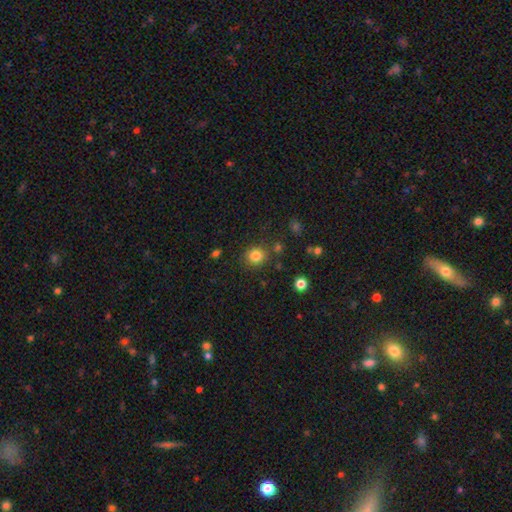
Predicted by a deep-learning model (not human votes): This is clearly a smooth galaxy (82%). How rounded: clearly round (87%). Merging: clearly none (83%).